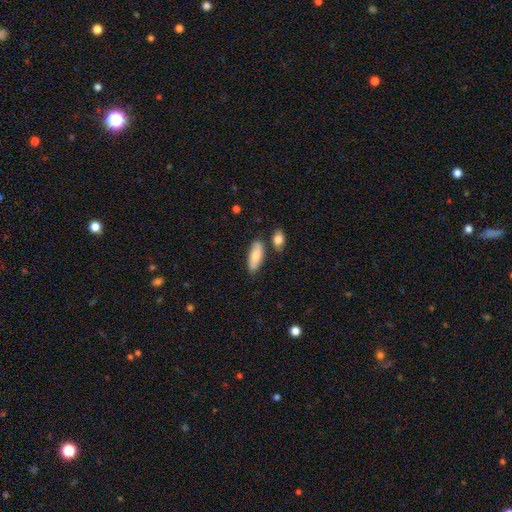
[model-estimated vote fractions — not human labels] Smooth or featured: smooth — 77% (featured or disk — 17%)
How rounded: in between — 72% (cigar-shaped — 25%)
Merging: none — 75% (minor disturbance — 14%)